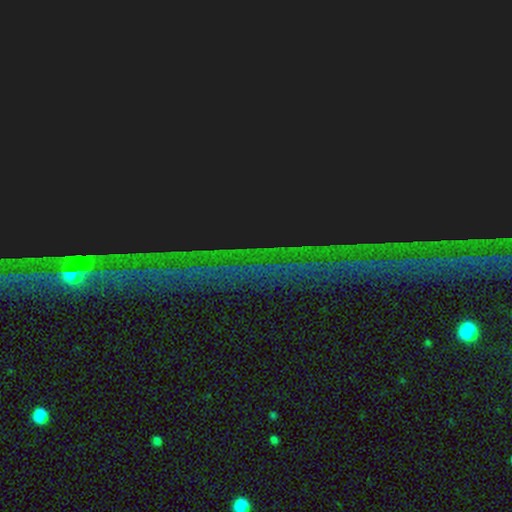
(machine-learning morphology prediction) The model was most divided on "smooth or featured": star or artifact: 87%, featured or disk: 7%, smooth: 6%.